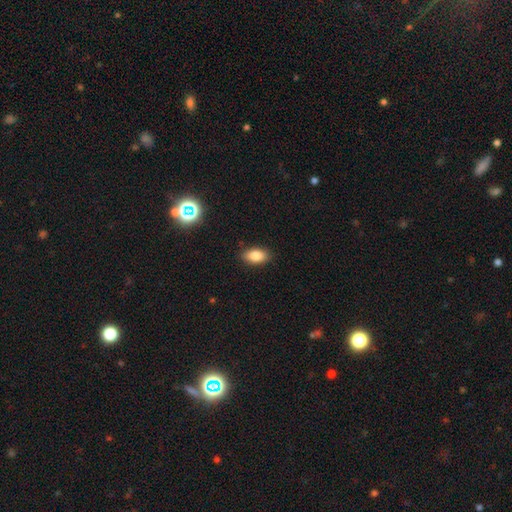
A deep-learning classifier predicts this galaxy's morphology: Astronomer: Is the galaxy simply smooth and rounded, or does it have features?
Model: smooth — 83%.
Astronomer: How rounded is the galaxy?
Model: in between — 90%.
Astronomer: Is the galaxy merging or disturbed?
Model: none — 86%.